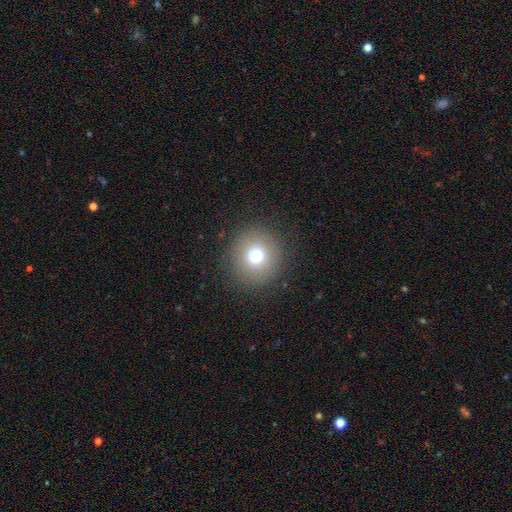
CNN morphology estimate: Smooth or featured? Predicted: smooth (p=0.68). How rounded? Predicted: round (p=0.94). Merging? Predicted: none (p=0.87).